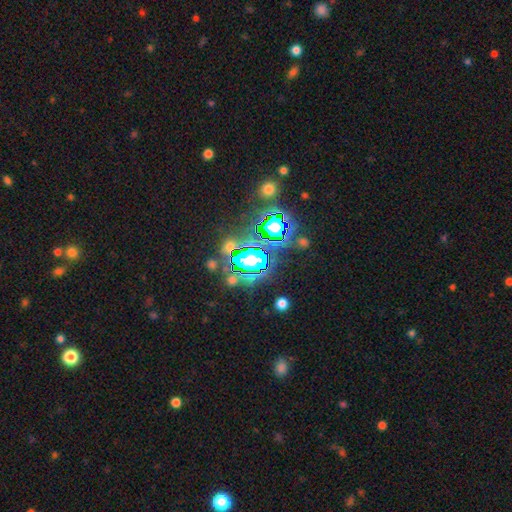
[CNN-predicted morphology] smooth_or_featured: star or artifact (p=0.83) [alt: smooth p=0.10]